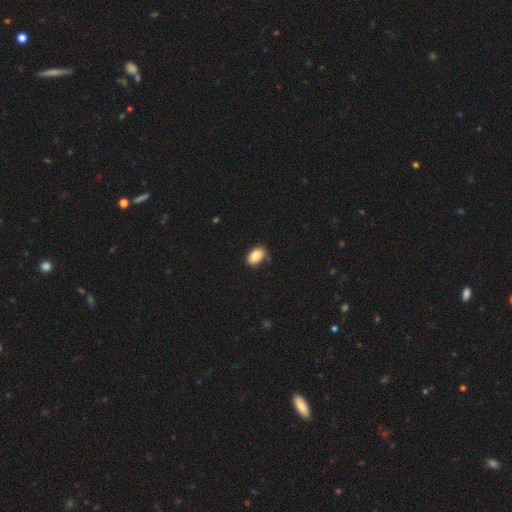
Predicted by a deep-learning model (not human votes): Q: Smooth or featured?
A: smooth (87%); runner-up: star or artifact (8%)
Q: How rounded?
A: in between (91%); runner-up: round (8%)
Q: Merging?
A: none (80%); runner-up: minor disturbance (15%)